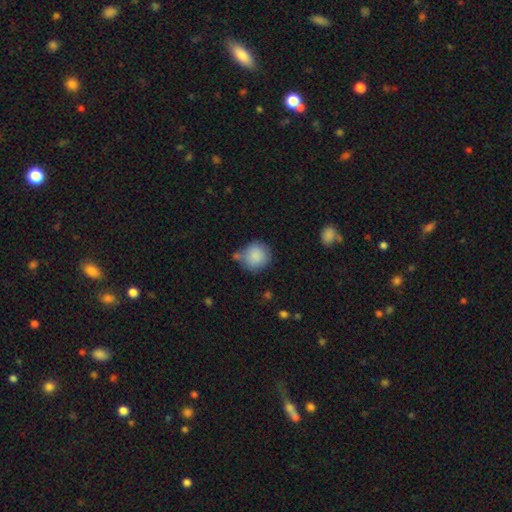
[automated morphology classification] Smooth or featured: smooth — 87% (star or artifact — 7%)
How rounded: round — 89% (in between — 10%)
Merging: none — 60% (minor disturbance — 22%)